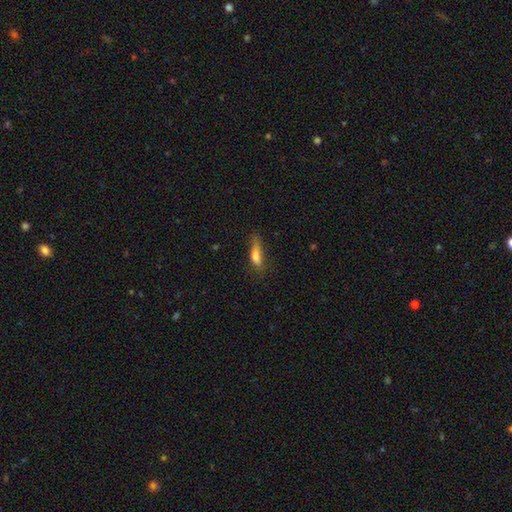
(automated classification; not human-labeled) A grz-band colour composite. It shows a smooth galaxy with no disk features (73%) that is cigar-shaped (58%). Merging: none (50%).